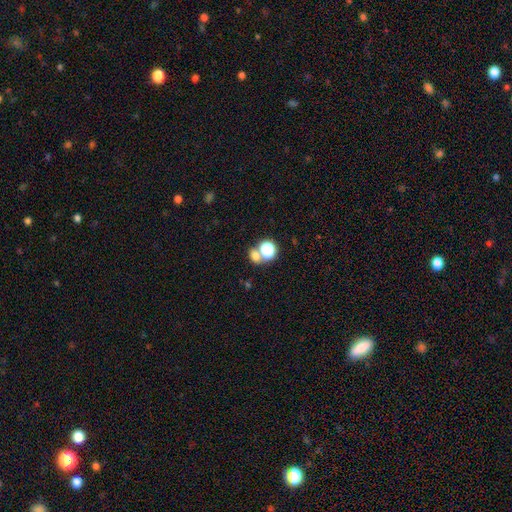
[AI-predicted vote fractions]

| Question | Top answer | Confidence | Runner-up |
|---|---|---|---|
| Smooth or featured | smooth | 66% | star or artifact (24%) |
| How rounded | round | 57% | in between (41%) |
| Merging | none | 49% | merger (38%) |